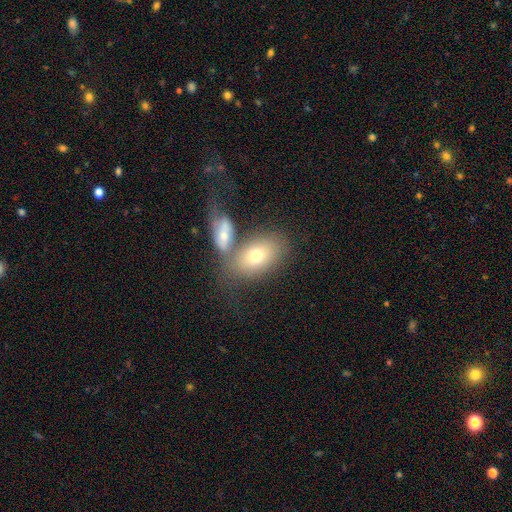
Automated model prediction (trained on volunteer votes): smooth-or-featured: smooth: 68% | featured or disk: 23% | star or artifact: 9%
  how-rounded: in between: 85% | round: 13% | cigar-shaped: 2%
  merging: none: 42% | merger: 37% | minor disturbance: 13% | major disturbance: 8%